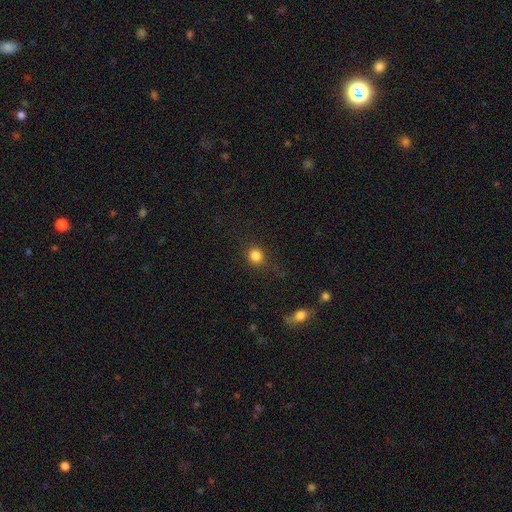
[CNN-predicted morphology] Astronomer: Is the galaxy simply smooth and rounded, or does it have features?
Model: smooth — 83%.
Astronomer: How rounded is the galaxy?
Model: round — 85%.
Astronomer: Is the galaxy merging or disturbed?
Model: none — 85%.